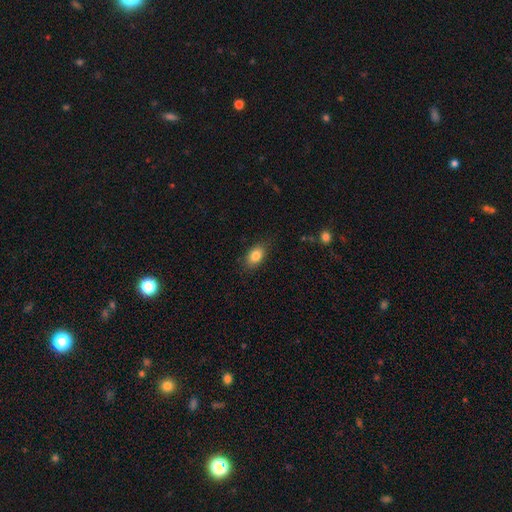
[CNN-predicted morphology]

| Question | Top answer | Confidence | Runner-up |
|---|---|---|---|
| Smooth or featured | smooth | 84% | star or artifact (8%) |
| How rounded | in between | 85% | round (12%) |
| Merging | none | 83% | minor disturbance (12%) |